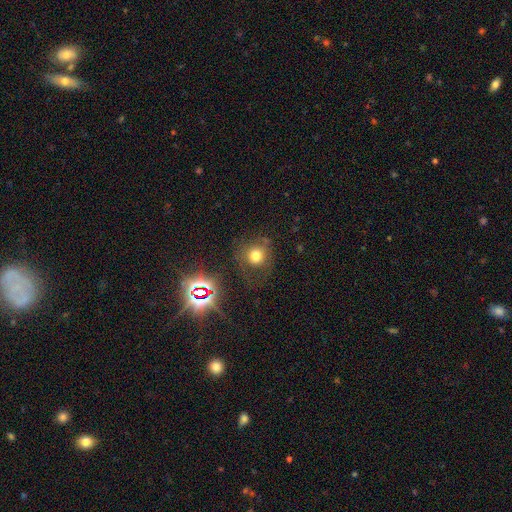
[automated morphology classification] Smooth or featured? smooth (67%)
How rounded? round (85%)
Merging? none (65%)